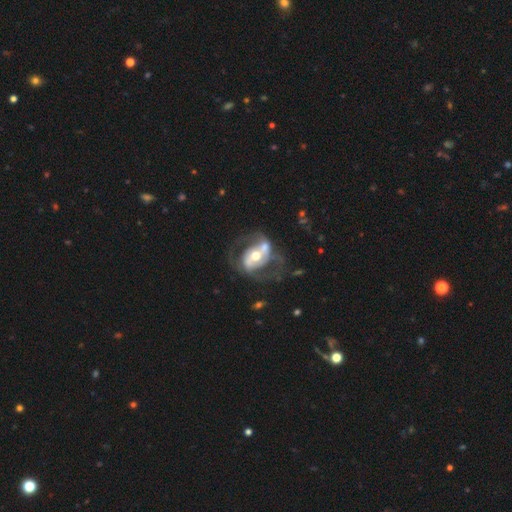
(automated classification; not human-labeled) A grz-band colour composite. It shows a featured or disk galaxy (76%) with no bar (44%), 2 (80%) medium (46%) spiral arms (70%) and a moderate central bulge (70%). Merging: none (41%).